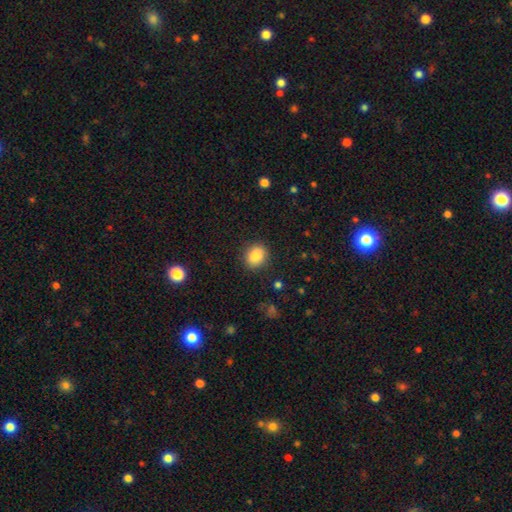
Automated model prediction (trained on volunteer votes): Q: Smooth or featured?
A: smooth (86%); runner-up: star or artifact (9%)
Q: How rounded?
A: round (60%); runner-up: in between (39%)
Q: Merging?
A: none (88%); runner-up: minor disturbance (8%)